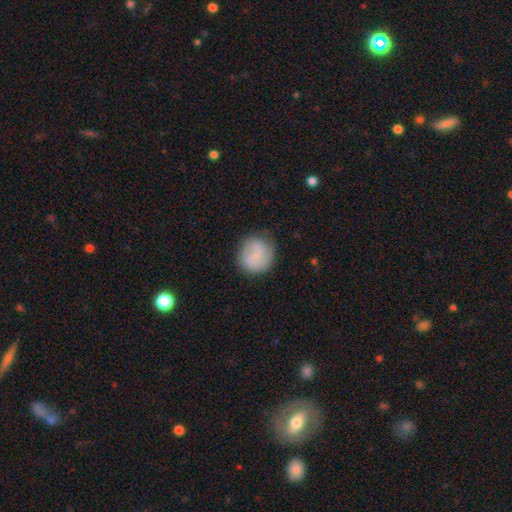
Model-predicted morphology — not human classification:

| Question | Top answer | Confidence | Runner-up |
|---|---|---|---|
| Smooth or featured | smooth | 70% | featured or disk (23%) |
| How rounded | round | 90% | in between (9%) |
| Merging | none | 76% | minor disturbance (17%) |